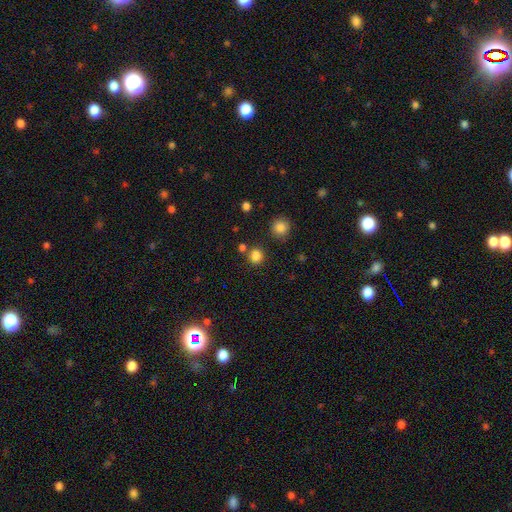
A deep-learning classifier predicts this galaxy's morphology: A smooth galaxy with no disk features (82%) that is round (86%).

Vote fractions:
- Smooth or featured? smooth: 82% / star or artifact: 14% / featured or disk: 4%
- How rounded? round: 86% / in between: 13% / cigar-shaped: 1%
- Merging? none: 78% / merger: 11% / minor disturbance: 8% / major disturbance: 3%